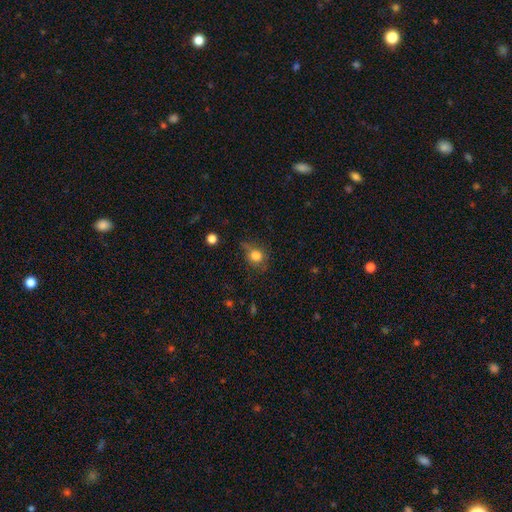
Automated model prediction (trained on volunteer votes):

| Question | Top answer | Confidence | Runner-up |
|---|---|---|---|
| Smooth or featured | smooth | 81% | star or artifact (11%) |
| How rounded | round | 81% | in between (18%) |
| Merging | none | 66% | minor disturbance (24%) |